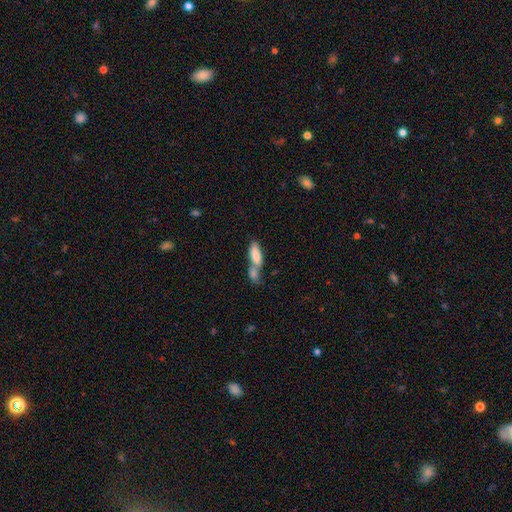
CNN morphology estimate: Smooth or featured? smooth (78%)
How rounded? in between (68%)
Merging? merger (65%)